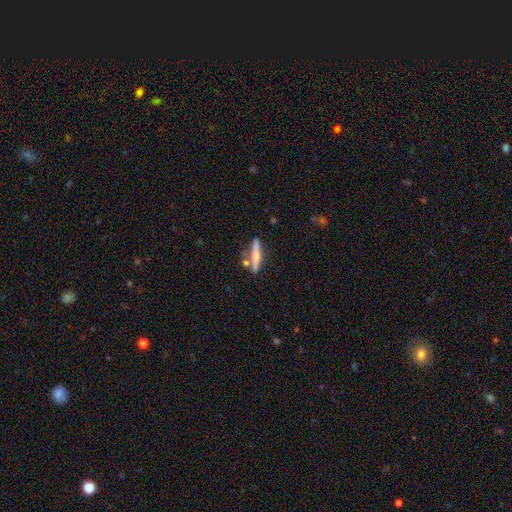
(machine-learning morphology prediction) Smooth or featured: featured or disk — 52% (smooth — 42%)
Edge-on disk: yes — 95% (no — 5%)
Merging: none — 73% (minor disturbance — 12%)